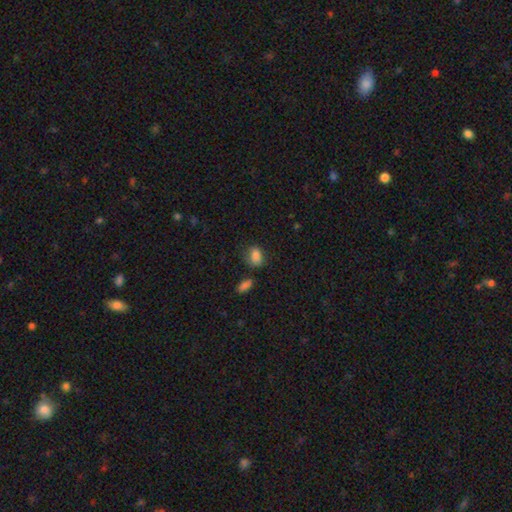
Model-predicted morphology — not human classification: A smooth galaxy with no disk features (83%) that is in between round and cigar-shaped (74%). Merging: none (64%).